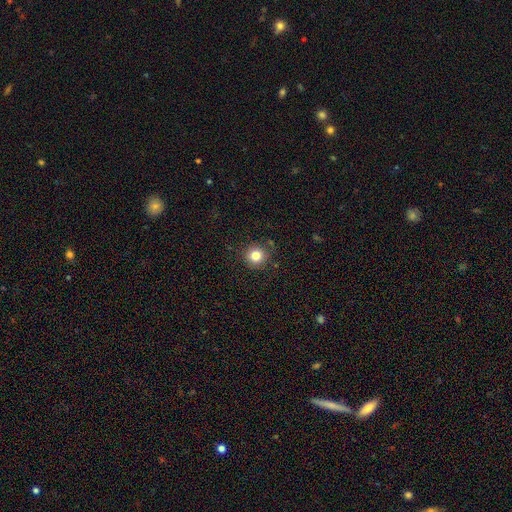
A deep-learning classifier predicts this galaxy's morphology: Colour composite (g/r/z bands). It shows a smooth galaxy with no disk features (82%) that is round (94%). Merging: none (87%).